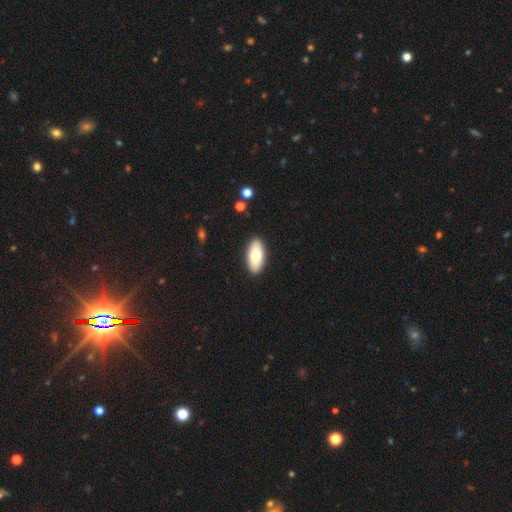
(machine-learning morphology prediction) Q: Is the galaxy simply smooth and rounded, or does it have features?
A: smooth — 76%.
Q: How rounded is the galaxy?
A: in between — 91%.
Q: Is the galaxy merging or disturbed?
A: none — 89%.